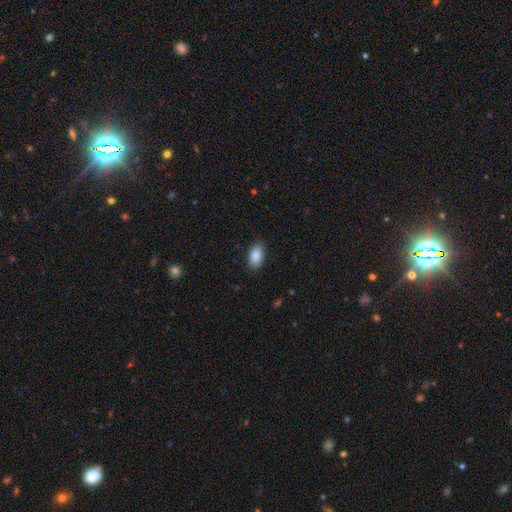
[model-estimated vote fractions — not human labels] smooth 88%, star or artifact 7%, featured or disk 5%. Down the decision tree: how rounded — in between (93%); merging — none (87%).